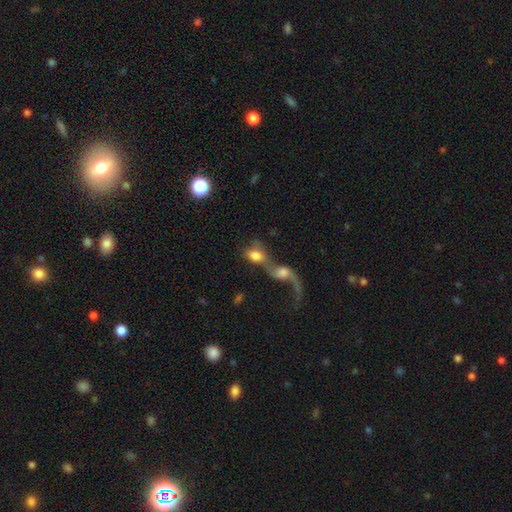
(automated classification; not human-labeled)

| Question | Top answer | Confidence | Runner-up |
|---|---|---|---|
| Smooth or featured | smooth | 55% | featured or disk (35%) |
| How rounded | in between | 67% | round (28%) |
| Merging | merger | 79% | major disturbance (9%) |